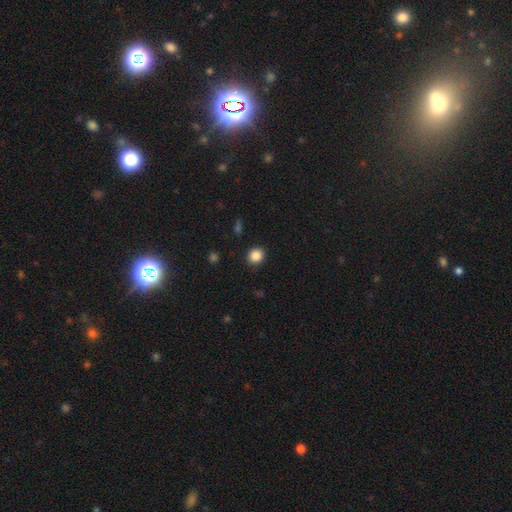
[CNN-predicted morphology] Q: Smooth or featured?
A: smooth (86%); runner-up: star or artifact (10%)
Q: How rounded?
A: round (84%); runner-up: in between (15%)
Q: Merging?
A: none (90%); runner-up: minor disturbance (6%)